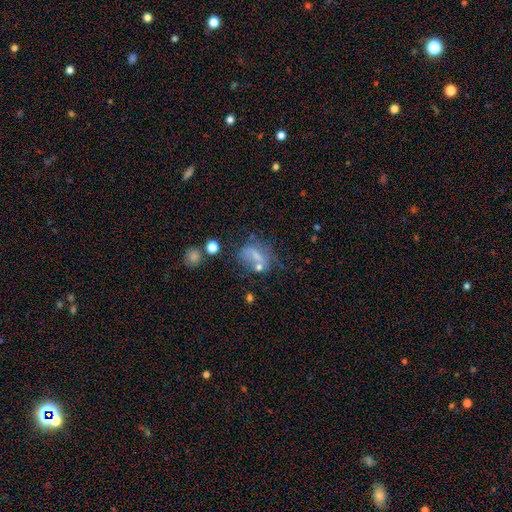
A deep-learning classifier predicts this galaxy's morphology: type=smooth (54%); roundness=in between (60%); merging=none (39%).